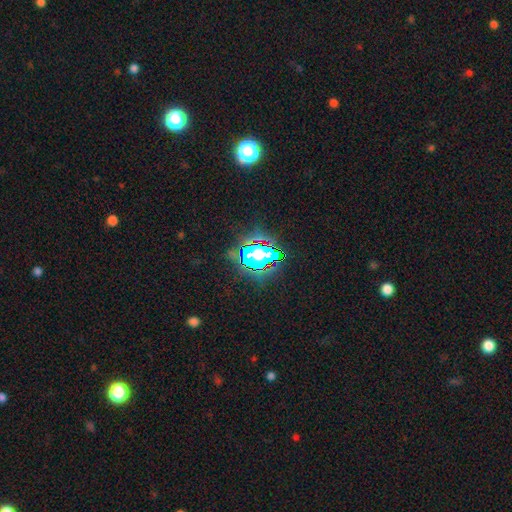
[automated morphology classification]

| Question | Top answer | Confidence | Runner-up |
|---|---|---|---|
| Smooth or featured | star or artifact | 81% | smooth (12%) |